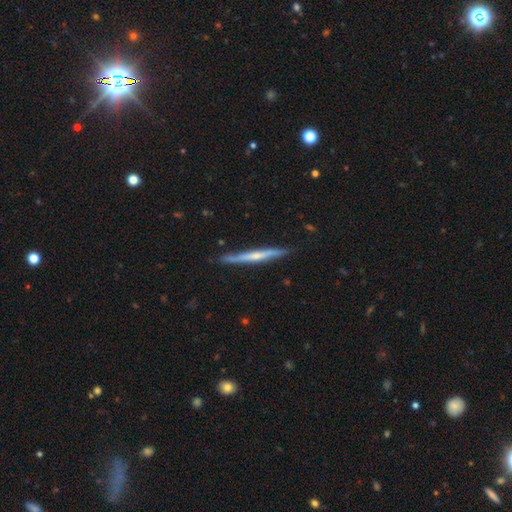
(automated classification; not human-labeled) Morphology: type=featured or disk (62%); edge-on=yes (97%); edge-on bulge=rounded (46%, tied with none); merging=none (86%).